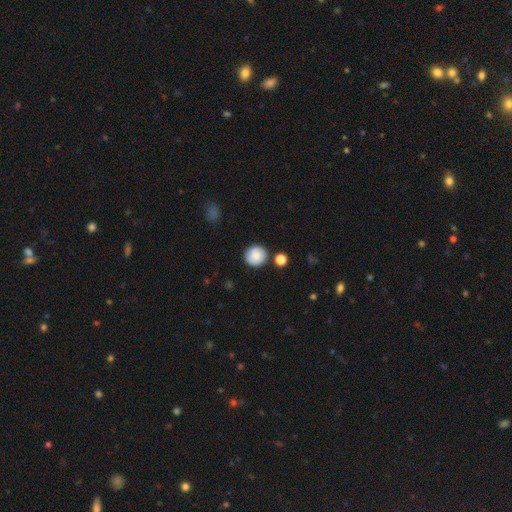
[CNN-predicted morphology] smooth-or-featured: smooth: 85% | star or artifact: 8% | featured or disk: 7%
  how-rounded: round: 93% | in between: 6% | cigar-shaped: 1%
  merging: none: 86% | minor disturbance: 8% | merger: 4% | major disturbance: 2%